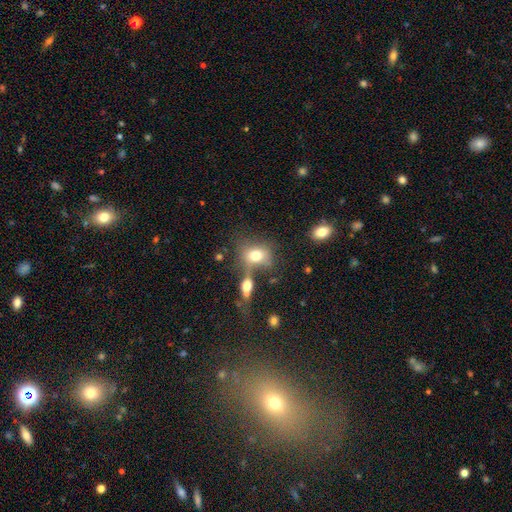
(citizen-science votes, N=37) A smooth galaxy with no disk features (76%) that is in between round and cigar-shaped (75%).

Vote fractions:
- Smooth or featured? smooth: 76% / featured or disk: 14% / star or artifact: 11%
- How rounded? in between: 75% / round: 25% / cigar-shaped: 0%
- Merging? merger: 42% / none: 27% / minor disturbance: 18% / major disturbance: 12%